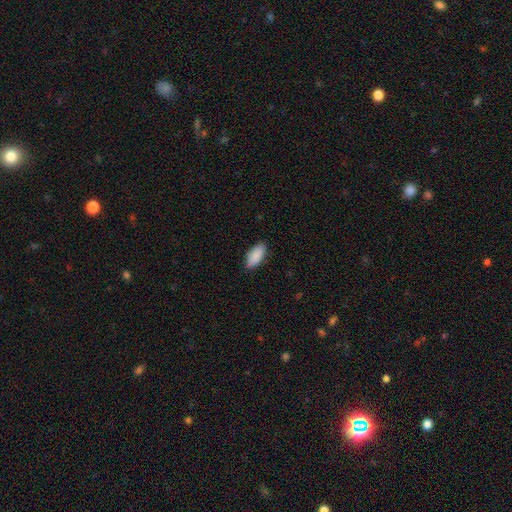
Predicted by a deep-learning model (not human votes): Smooth or featured? Predicted: smooth (p=0.90). How rounded? Predicted: in between (p=0.91). Merging? Predicted: none (p=0.86).